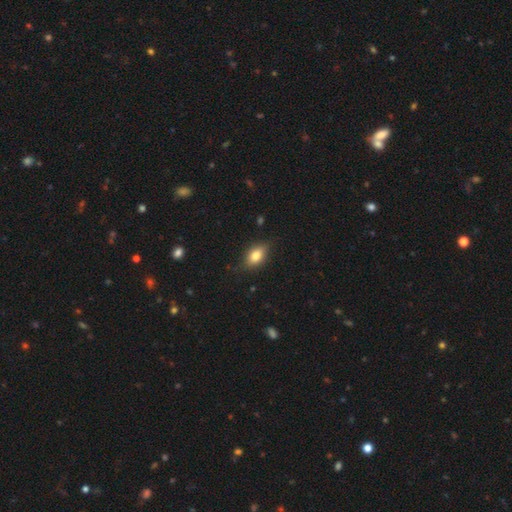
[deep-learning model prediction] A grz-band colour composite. It shows a smooth galaxy with no disk features (75%) that is in between round and cigar-shaped (81%). Merging: none (77%).